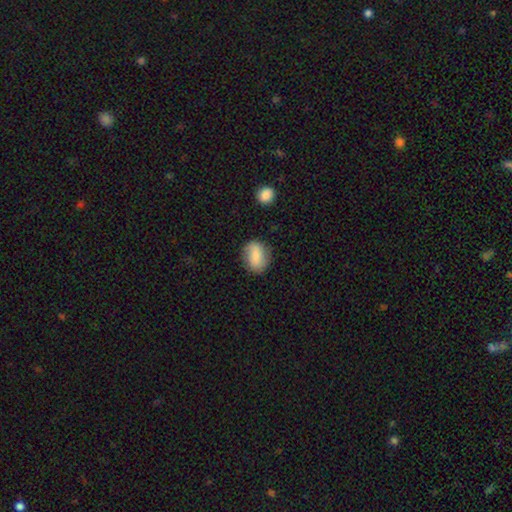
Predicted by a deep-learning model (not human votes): Overall: smooth (77%). How rounded: in between (63%; round 36%). Merging: none (77%).